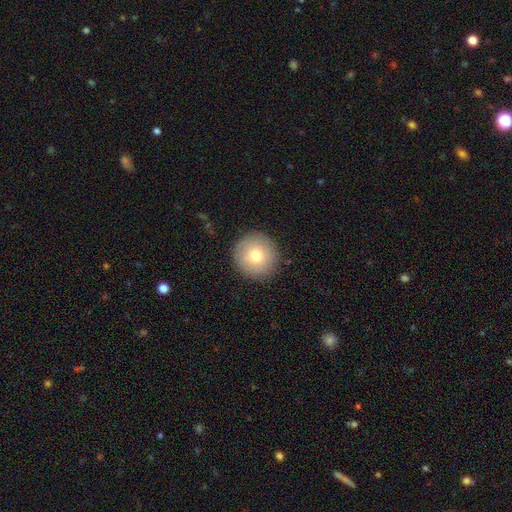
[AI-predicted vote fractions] A smooth galaxy with no disk features (76%) that is round (95%). Merging: none (90%).